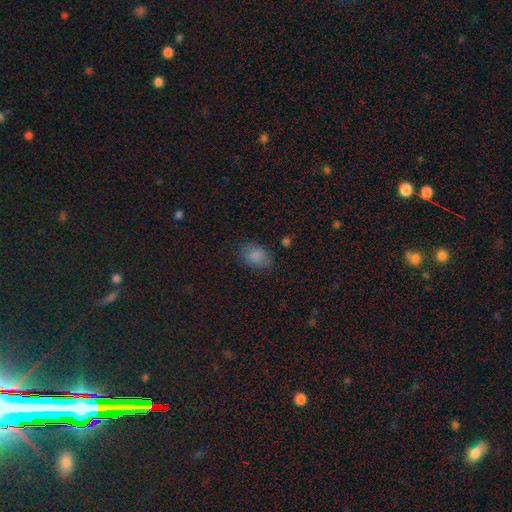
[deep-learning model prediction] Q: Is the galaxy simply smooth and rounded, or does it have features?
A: smooth — 83%.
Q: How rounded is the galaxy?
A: in between — 80%.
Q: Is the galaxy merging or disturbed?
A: none — 77%.